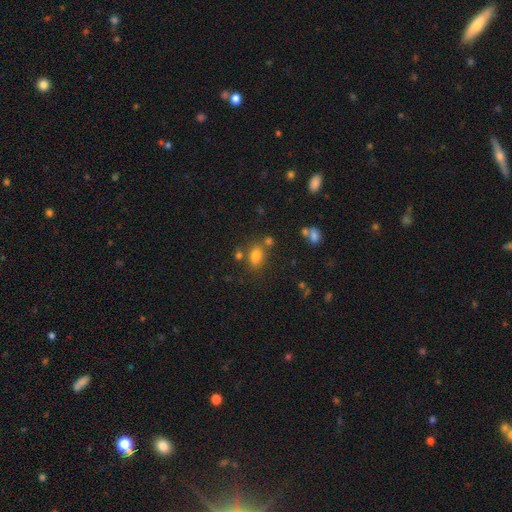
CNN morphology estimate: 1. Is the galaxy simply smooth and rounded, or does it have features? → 78% smooth, 13% star or artifact, 8% featured or disk.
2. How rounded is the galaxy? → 77% in between, 21% round, 2% cigar-shaped.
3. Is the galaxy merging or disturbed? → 65% none, 16% merger, 14% minor disturbance, 5% major disturbance.